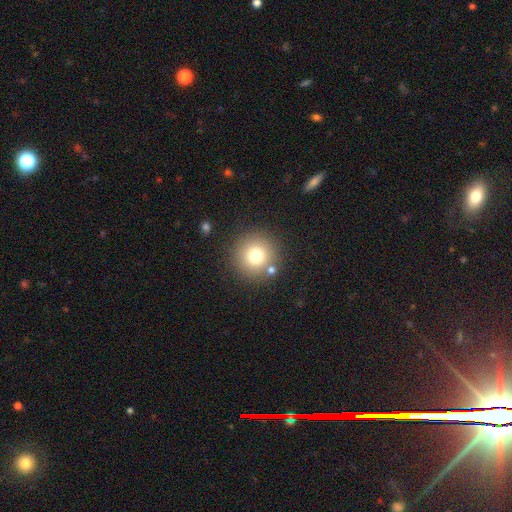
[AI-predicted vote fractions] The model was most divided on "smooth or featured": smooth: 75%, star or artifact: 13%, featured or disk: 11%. More confident: how rounded — round (95%); merging — none (83%).